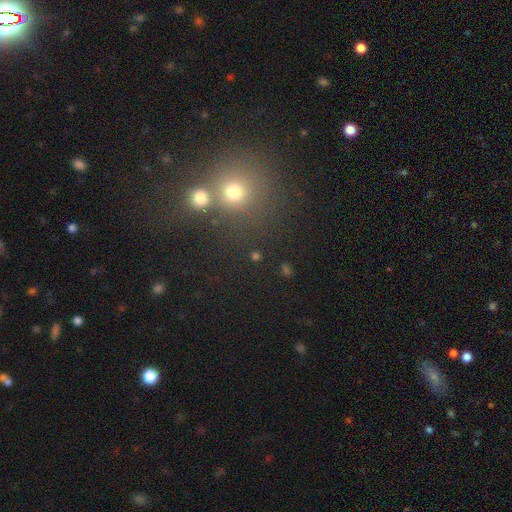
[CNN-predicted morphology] A smooth galaxy with no disk features (58%) that is round (86%).

Vote fractions:
- Smooth or featured? smooth: 58% / star or artifact: 34% / featured or disk: 8%
- How rounded? round: 86% / in between: 12% / cigar-shaped: 2%
- Merging? none: 67% / merger: 21% / minor disturbance: 8% / major disturbance: 4%